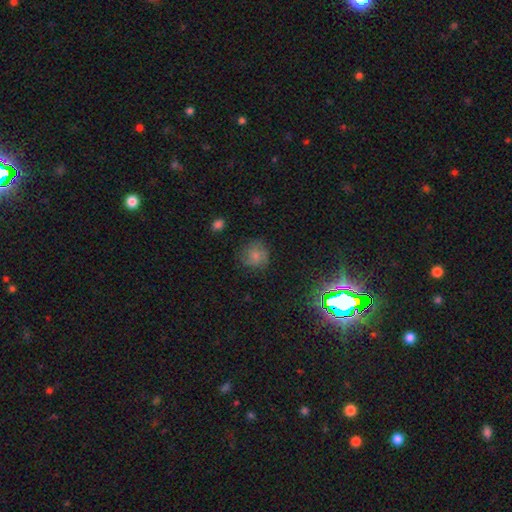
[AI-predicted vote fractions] Morphology: type=smooth (75%); roundness=round (87%); merging=none (73%).